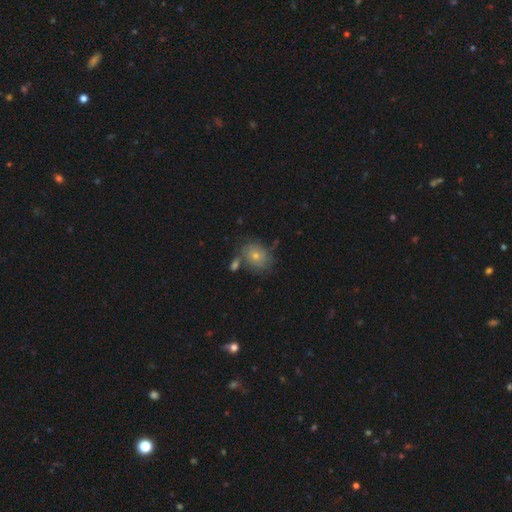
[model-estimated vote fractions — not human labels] Smooth or featured? smooth (44%)
Merging? none (66%)